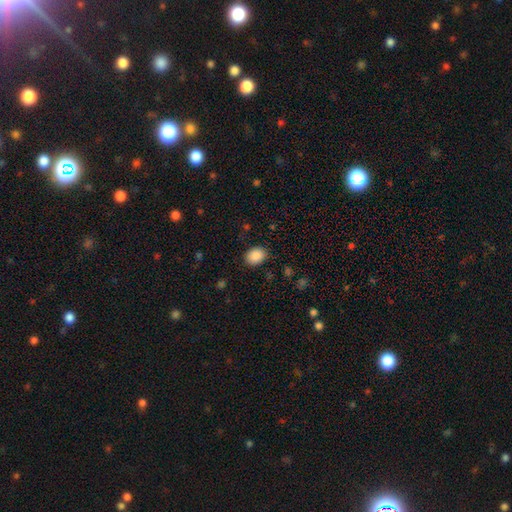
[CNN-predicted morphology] A smooth galaxy with no disk features (89%) that is in between round and cigar-shaped (62%).

Vote fractions:
- Smooth or featured? smooth: 89% / star or artifact: 8% / featured or disk: 3%
- How rounded? in between: 62% / round: 37% / cigar-shaped: 1%
- Merging? none: 87% / minor disturbance: 10% / major disturbance: 3% / merger: 1%